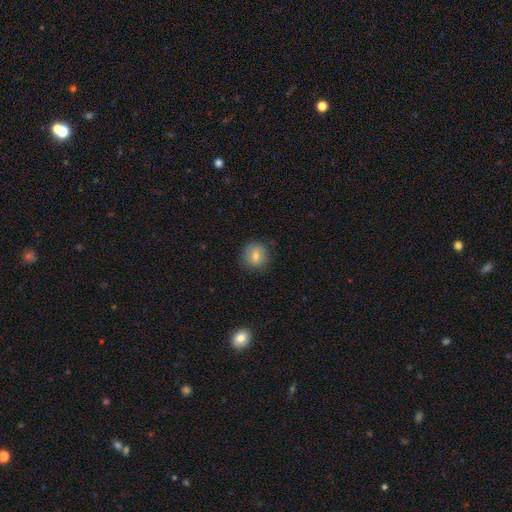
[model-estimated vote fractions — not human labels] Smooth or featured?
  - smooth: 71% *
  - featured or disk: 18%
  - star or artifact: 11%
How rounded?
  - round: 88% *
  - in between: 11%
  - cigar-shaped: 1%
Merging?
  - none: 86% *
  - minor disturbance: 10%
  - major disturbance: 3%
  - merger: 1%